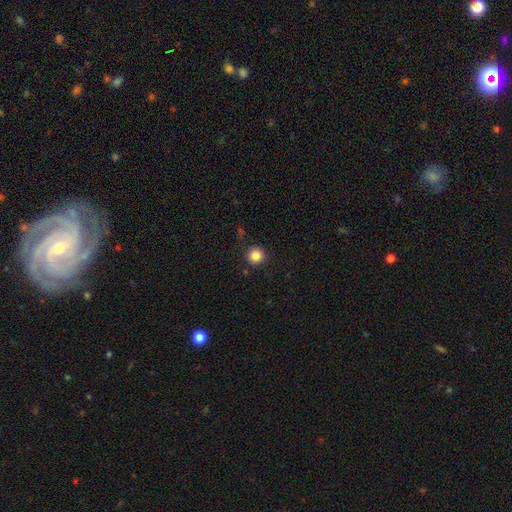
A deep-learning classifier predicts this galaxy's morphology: smooth_or_featured: smooth (p=0.85) [alt: star or artifact p=0.11]
how_rounded: round (p=0.95) [alt: in between p=0.04]
merging: none (p=0.89) [alt: minor disturbance p=0.07]